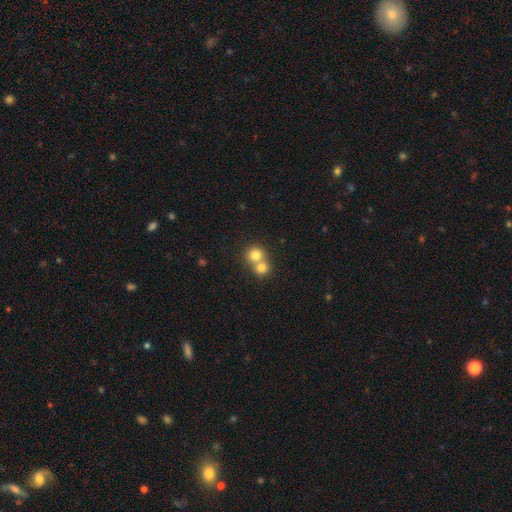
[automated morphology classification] A smooth galaxy with no disk features (77%) that is round (85%). Merging: merger (60%).